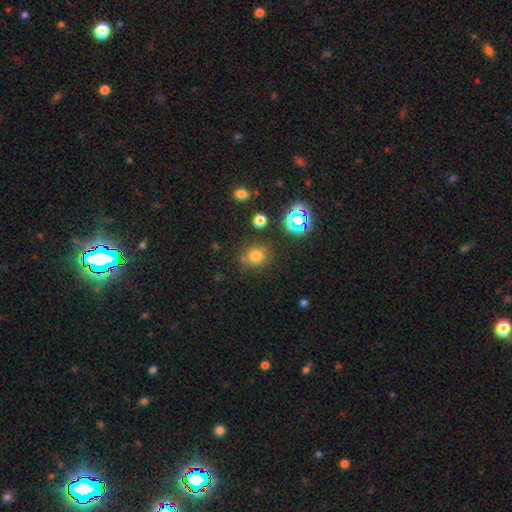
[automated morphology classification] This is likely a smooth galaxy (72%). How rounded: clearly round (81%). Merging: likely none (78%).